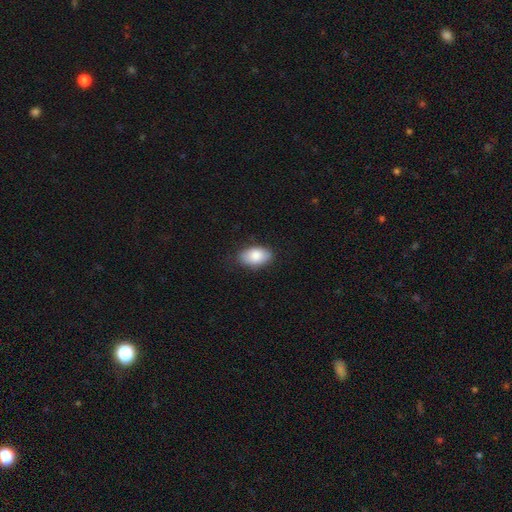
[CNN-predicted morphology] A smooth galaxy with no disk features (86%) that is in between round and cigar-shaped (92%). Merging: none (79%).